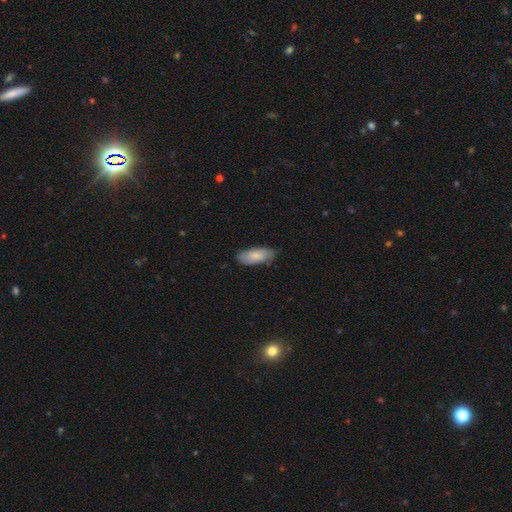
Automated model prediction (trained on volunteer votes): smooth-or-featured: smooth: 78% | featured or disk: 17% | star or artifact: 5%
  how-rounded: in between: 81% | cigar-shaped: 17% | round: 2%
  merging: none: 79% | minor disturbance: 18% | major disturbance: 3% | merger: 1%